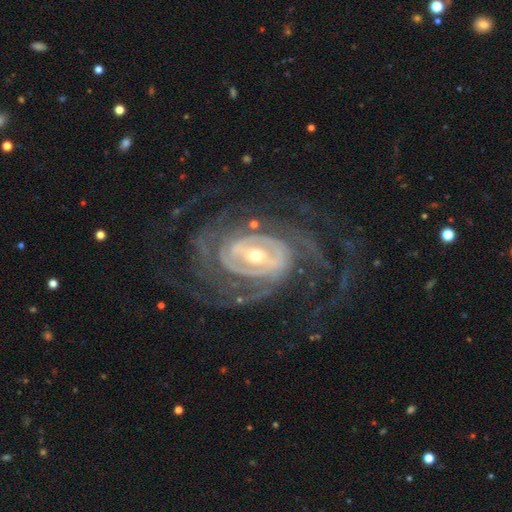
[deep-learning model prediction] This appears to be a featured or disk galaxy (91%) with a strong bar (41%), 2 (28%) tight (60%) spiral arms (96%) and a moderate central bulge (48%). Merging: none (64%).